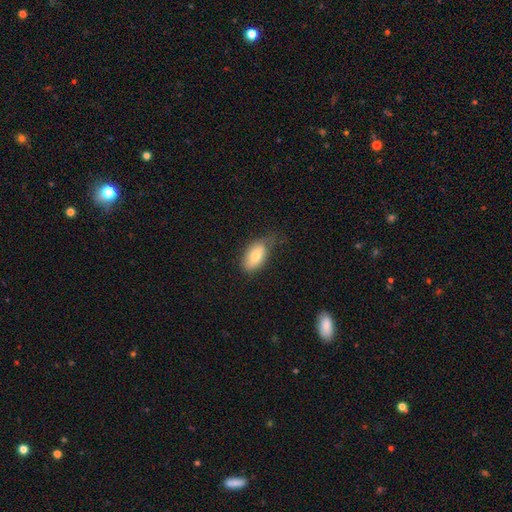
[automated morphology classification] A smooth galaxy with no disk features (75%) that is in between round and cigar-shaped (92%). Merging: none (56%).